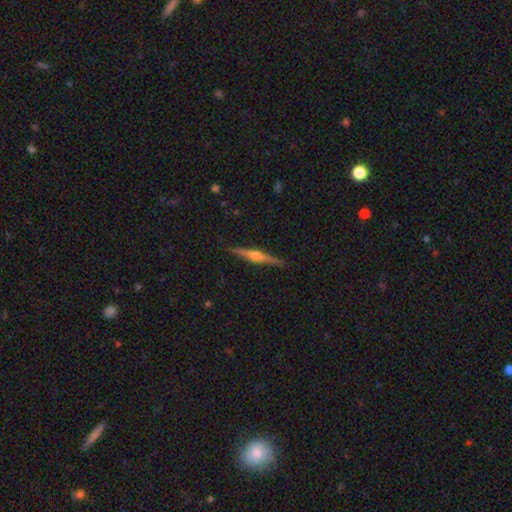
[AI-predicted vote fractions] Smooth or featured? Predicted: featured or disk (p=0.79). Edge-on disk? Predicted: yes (p=0.98). Edge-on bulge? Predicted: rounded (p=0.91). Merging? Predicted: none (p=0.90).